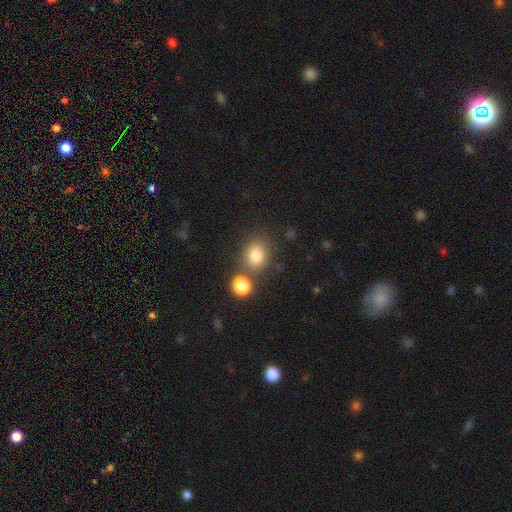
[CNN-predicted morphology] A smooth galaxy with no disk features (81%) that is round (55%). Merging: none (68%).